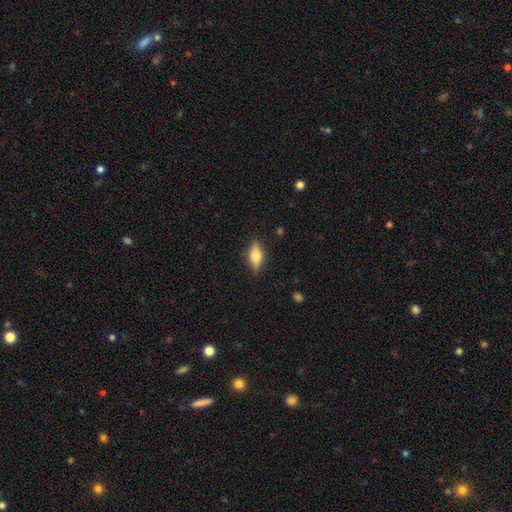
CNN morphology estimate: smooth-or-featured: smooth: 52% | featured or disk: 41% | star or artifact: 7%
  how-rounded: in between: 70% | cigar-shaped: 25% | round: 5%
  merging: none: 84% | minor disturbance: 12% | major disturbance: 3% | merger: 1%